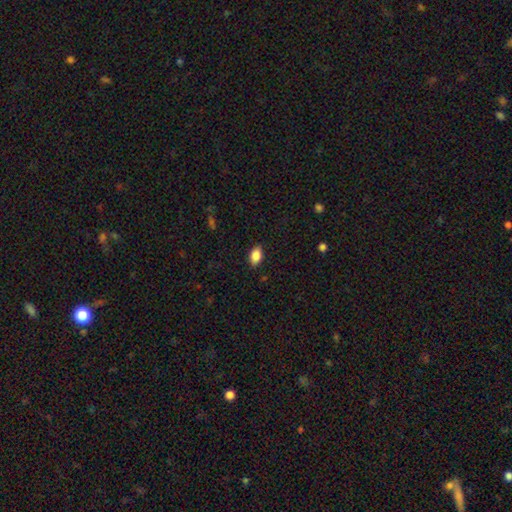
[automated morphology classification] Overall: smooth (86%). How rounded: in between (90%). Merging: none (87%).